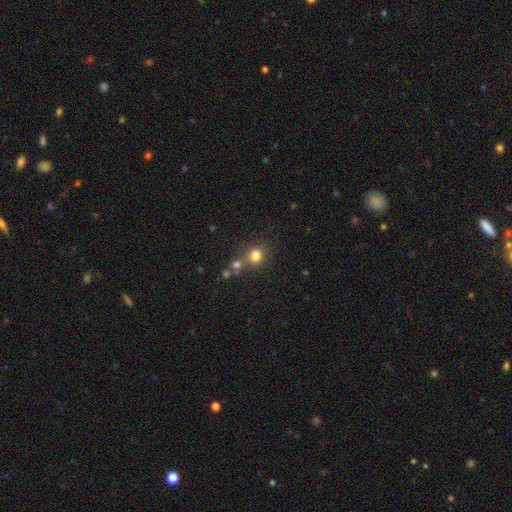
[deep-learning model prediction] The model was most divided on "merging": none: 62%, merger: 23%, minor disturbance: 10%, major disturbance: 4%. More confident: how rounded — round (80%); smooth or featured — smooth (78%).